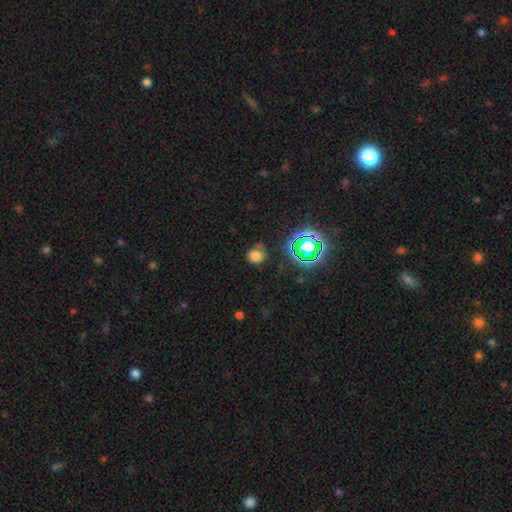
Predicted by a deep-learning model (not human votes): A smooth galaxy with no disk features (68%) that is round (77%). Merging: none (71%).